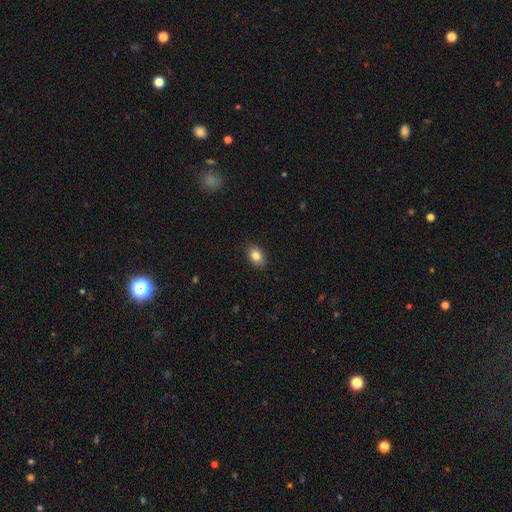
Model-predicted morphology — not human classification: Overall: smooth (83%). How rounded: in between (79%). Merging: none (89%).